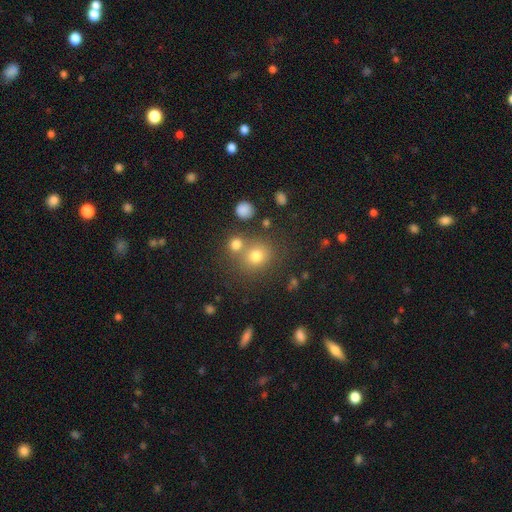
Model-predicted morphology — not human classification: Smooth or featured?
  - smooth: 73% *
  - star or artifact: 17%
  - featured or disk: 10%
How rounded?
  - round: 82% *
  - in between: 17%
  - cigar-shaped: 1%
Merging?
  - none: 63% *
  - merger: 24%
  - minor disturbance: 9%
  - major disturbance: 4%